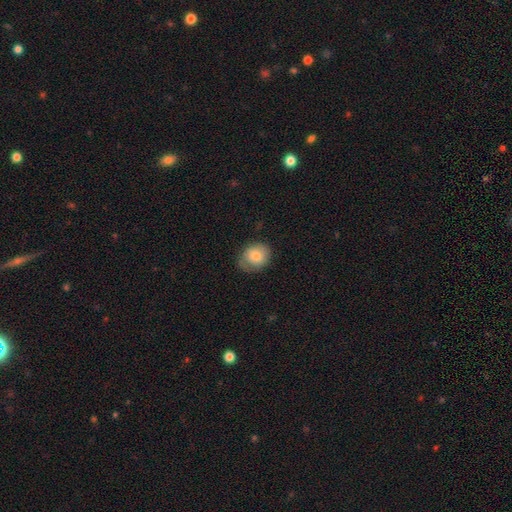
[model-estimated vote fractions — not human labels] Smooth or featured?
  - smooth: 78% *
  - featured or disk: 14%
  - star or artifact: 8%
How rounded?
  - round: 64% *
  - in between: 36%
  - cigar-shaped: 1%
Merging?
  - none: 59% *
  - minor disturbance: 30%
  - major disturbance: 10%
  - merger: 2%